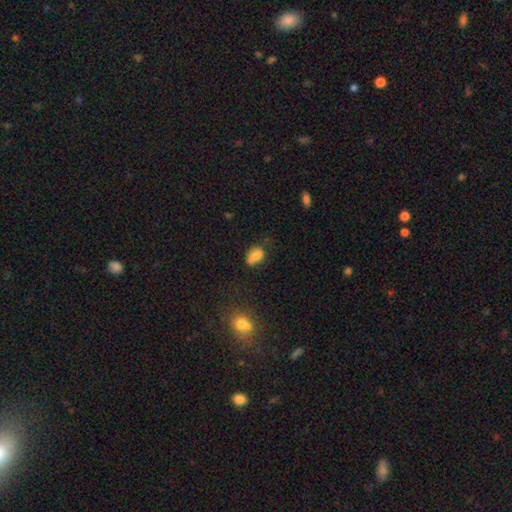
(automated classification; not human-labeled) A smooth galaxy with no disk features (78%) that is in between round and cigar-shaped (85%).

Vote fractions:
- Smooth or featured? smooth: 78% / featured or disk: 12% / star or artifact: 10%
- How rounded? in between: 85% / round: 13% / cigar-shaped: 2%
- Merging? none: 48% / minor disturbance: 30% / major disturbance: 11% / merger: 11%